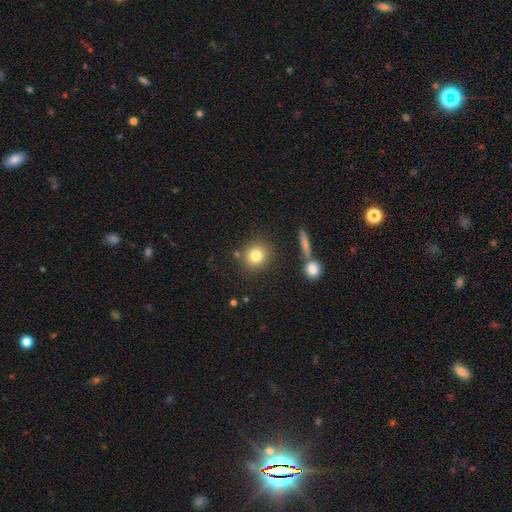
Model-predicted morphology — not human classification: Smooth or featured? smooth (79%)
How rounded? round (86%)
Merging? none (80%)